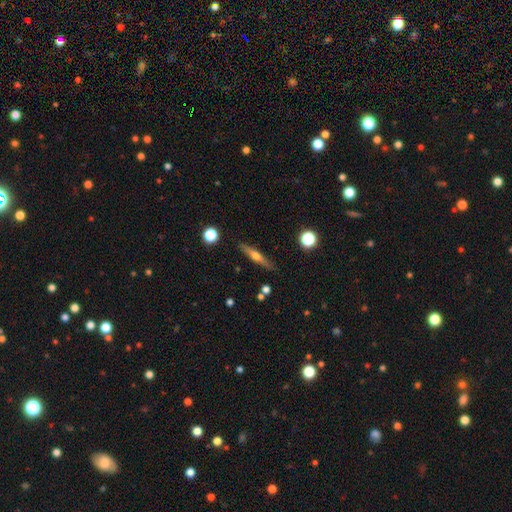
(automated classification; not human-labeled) Smooth or featured: featured or disk — 56% (smooth — 37%)
Edge-on disk: yes — 95% (no — 5%)
Edge-on bulge: rounded — 87% (none — 9%)
Merging: none — 87% (minor disturbance — 9%)